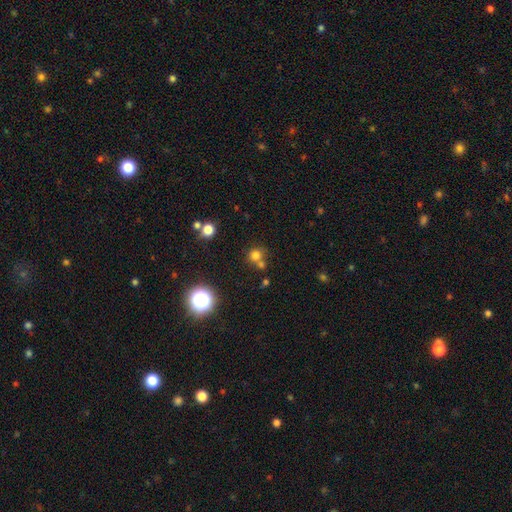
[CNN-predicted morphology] A smooth galaxy with no disk features (72%) that is round (86%).

Vote fractions:
- Smooth or featured? smooth: 72% / star or artifact: 20% / featured or disk: 8%
- How rounded? round: 86% / in between: 13% / cigar-shaped: 1%
- Merging? none: 58% / merger: 30% / minor disturbance: 8% / major disturbance: 4%